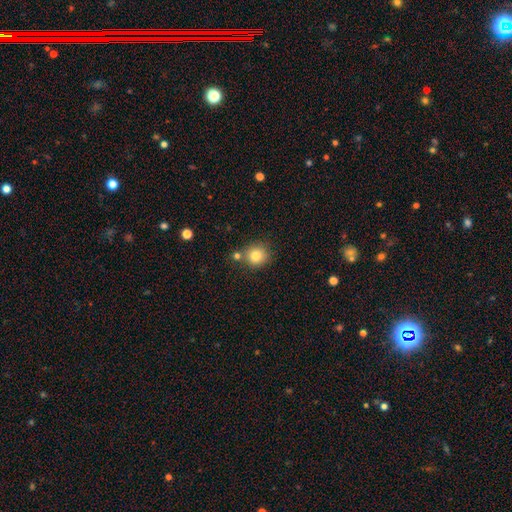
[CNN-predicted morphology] smooth-or-featured: smooth: 82% | star or artifact: 10% | featured or disk: 7%
  how-rounded: round: 86% | in between: 13% | cigar-shaped: 1%
  merging: none: 70% | merger: 17% | minor disturbance: 11% | major disturbance: 3%